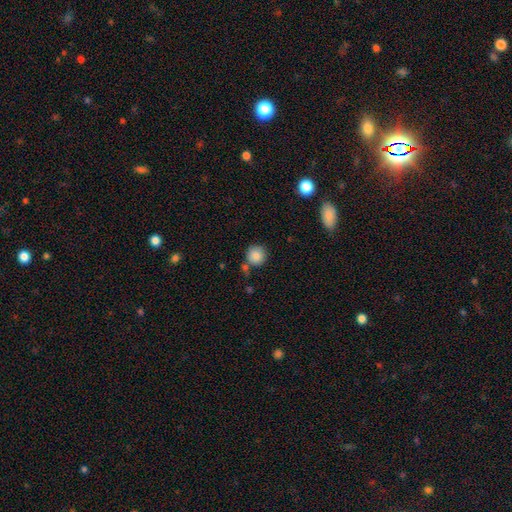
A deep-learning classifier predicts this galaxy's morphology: Smooth or featured?
  - smooth: 87% *
  - star or artifact: 9%
  - featured or disk: 4%
How rounded?
  - round: 92% *
  - in between: 7%
  - cigar-shaped: 1%
Merging?
  - none: 72% *
  - minor disturbance: 13%
  - merger: 12%
  - major disturbance: 4%